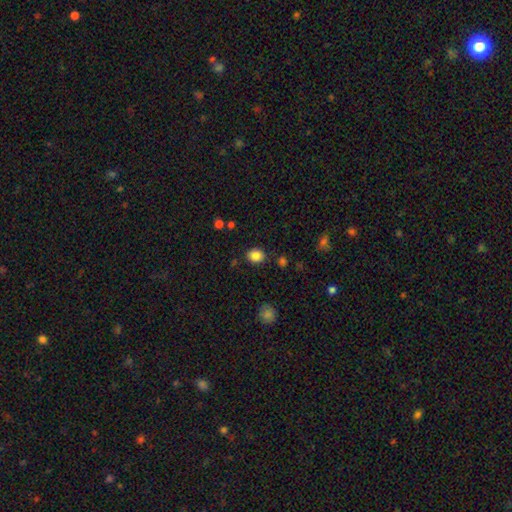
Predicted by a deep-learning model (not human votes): The model was most divided on "how rounded": round: 53%, in between: 46%, cigar-shaped: 1%. More confident: smooth or featured — smooth (85%); merging — none (84%).